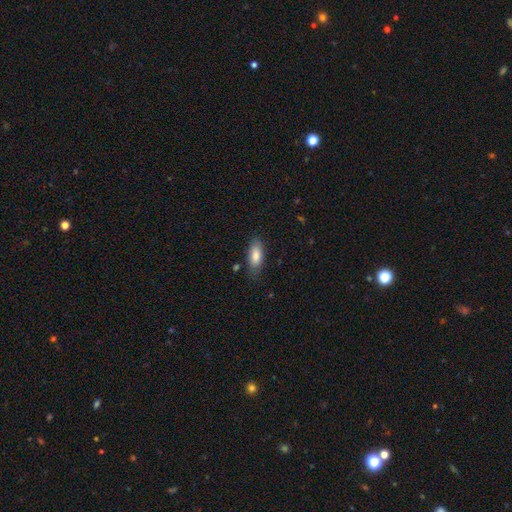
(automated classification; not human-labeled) The model was most divided on "how rounded": in between: 79%, cigar-shaped: 19%, round: 2%. More confident: smooth or featured — smooth (83%); merging — none (77%).